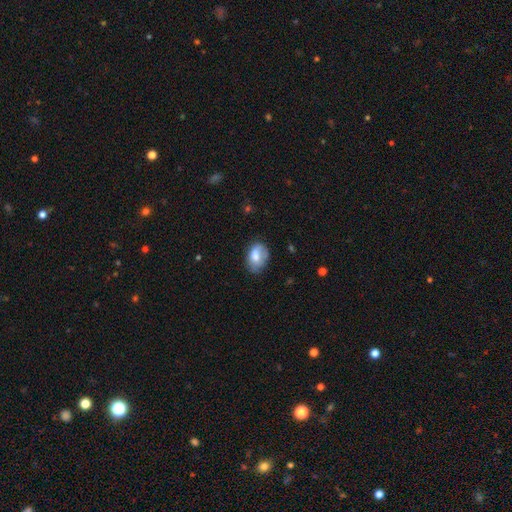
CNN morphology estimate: Smooth or featured? Predicted: smooth (p=0.71). How rounded? Predicted: in between (p=0.80). Merging? Predicted: none (p=0.55).